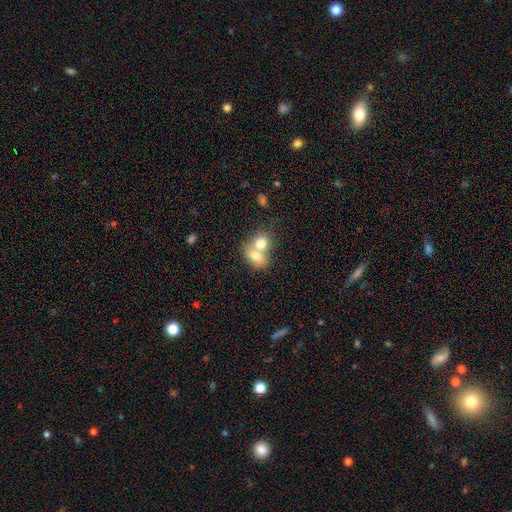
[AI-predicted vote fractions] smooth_or_featured: smooth (p=0.73) [alt: featured or disk p=0.19]
how_rounded: in between (p=0.61) [alt: round p=0.38]
merging: merger (p=0.71) [alt: none p=0.20]